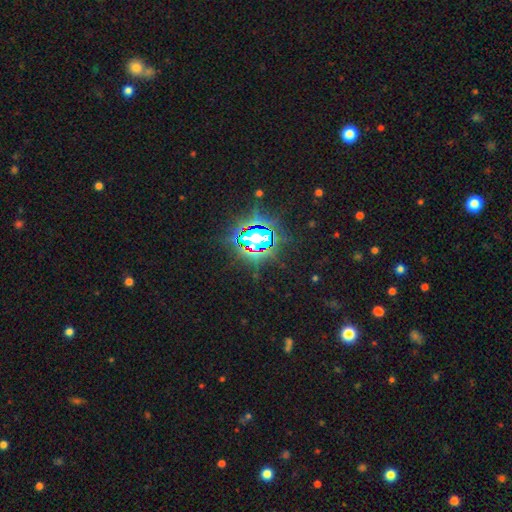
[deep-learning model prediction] Smooth or featured?
  - star or artifact: 82% *
  - smooth: 11%
  - featured or disk: 7%